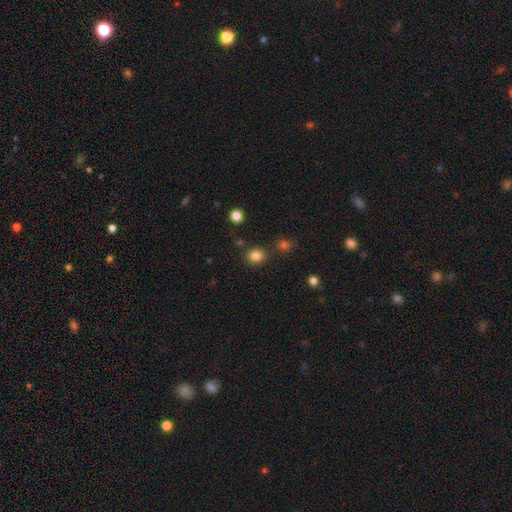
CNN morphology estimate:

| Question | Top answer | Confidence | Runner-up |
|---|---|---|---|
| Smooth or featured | smooth | 82% | star or artifact (13%) |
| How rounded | round | 80% | in between (19%) |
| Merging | none | 80% | minor disturbance (9%) |